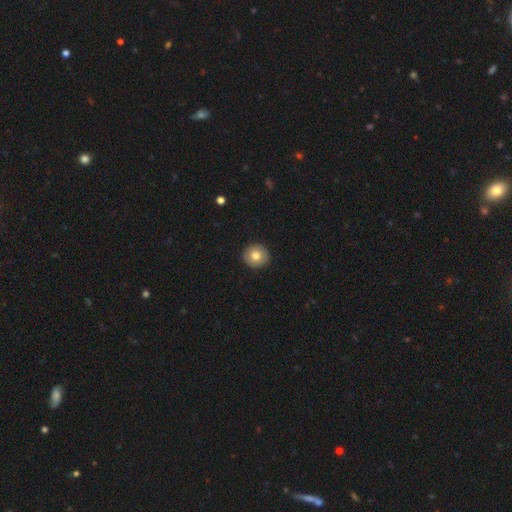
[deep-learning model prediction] A smooth galaxy with no disk features (80%) that is round (92%). Merging: none (93%).